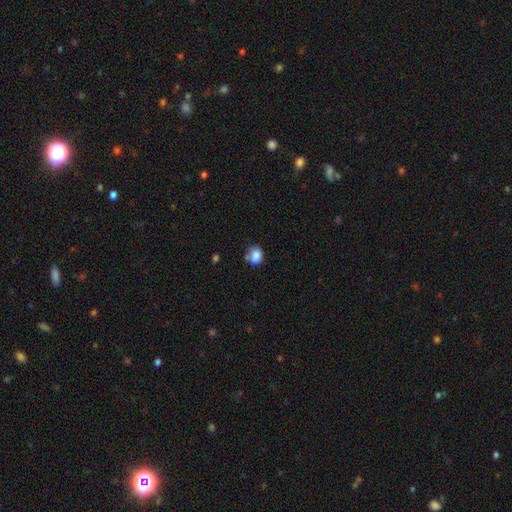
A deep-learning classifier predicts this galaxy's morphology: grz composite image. It shows a smooth galaxy with no disk features (83%) that is in between round and cigar-shaped (53%). Merging: none (58%).